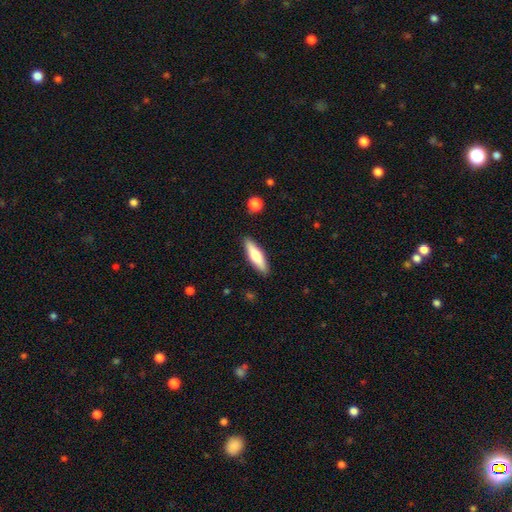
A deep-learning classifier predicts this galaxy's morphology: Smooth or featured? Predicted: smooth (p=0.64). How rounded? Predicted: cigar-shaped (p=0.66). Merging? Predicted: none (p=0.89).